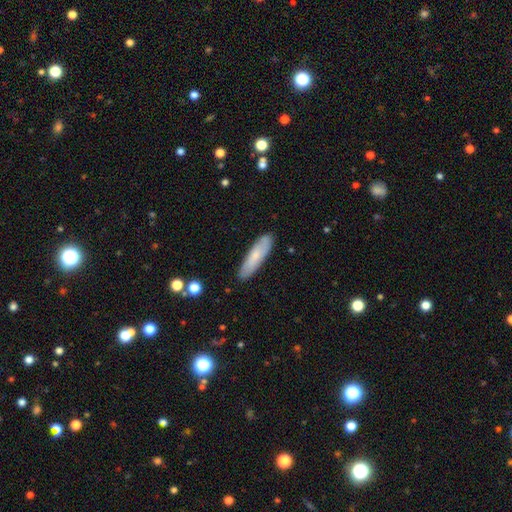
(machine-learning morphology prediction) A smooth galaxy with no disk features (71%) that is cigar-shaped (72%). Merging: none (87%).